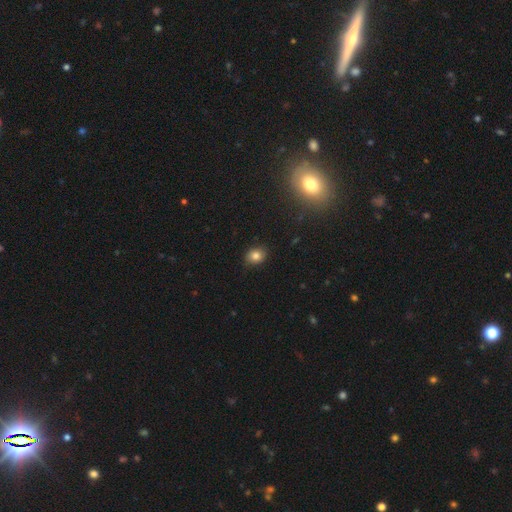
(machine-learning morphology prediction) smooth-or-featured: smooth: 81% | star or artifact: 12% | featured or disk: 7%
  how-rounded: round: 55% | in between: 44% | cigar-shaped: 1%
  merging: none: 86% | minor disturbance: 11% | major disturbance: 2% | merger: 1%